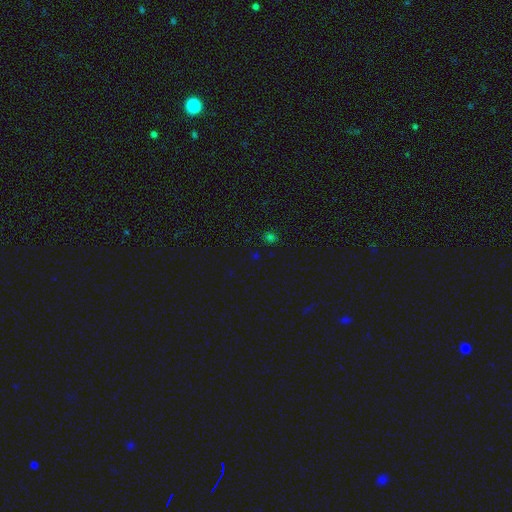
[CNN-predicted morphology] Q: Smooth or featured?
A: smooth (48%); runner-up: star or artifact (47%)
Q: Merging?
A: none (85%); runner-up: minor disturbance (9%)